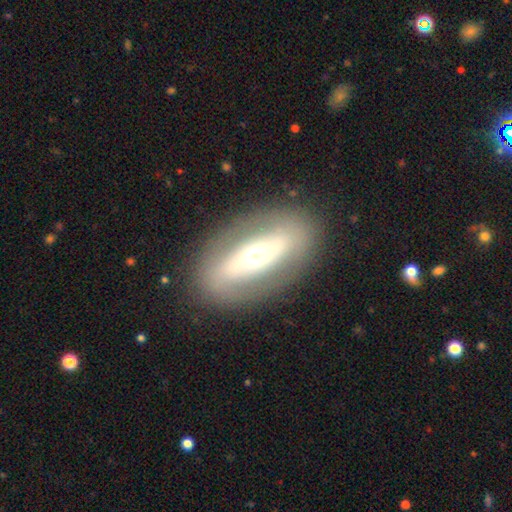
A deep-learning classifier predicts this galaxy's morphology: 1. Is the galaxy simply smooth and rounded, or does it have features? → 61% featured or disk, 32% smooth, 7% star or artifact.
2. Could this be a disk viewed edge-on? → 82% no, 18% yes.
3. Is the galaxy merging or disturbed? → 83% none, 10% minor disturbance, 5% major disturbance, 1% merger.